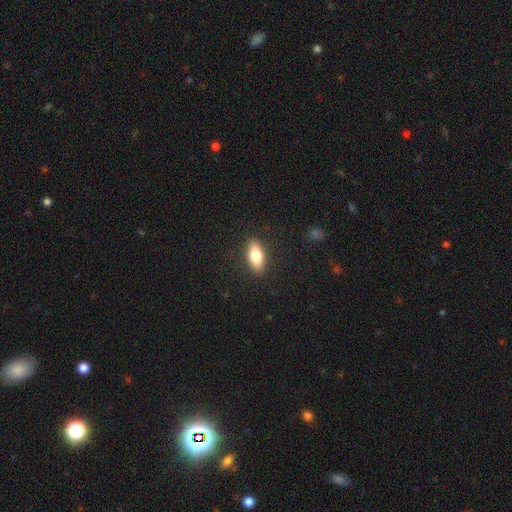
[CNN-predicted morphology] Smooth or featured?
  - smooth: 76% *
  - featured or disk: 17%
  - star or artifact: 7%
How rounded?
  - in between: 79% *
  - cigar-shaped: 17%
  - round: 4%
Merging?
  - none: 88% *
  - minor disturbance: 9%
  - major disturbance: 2%
  - merger: 1%